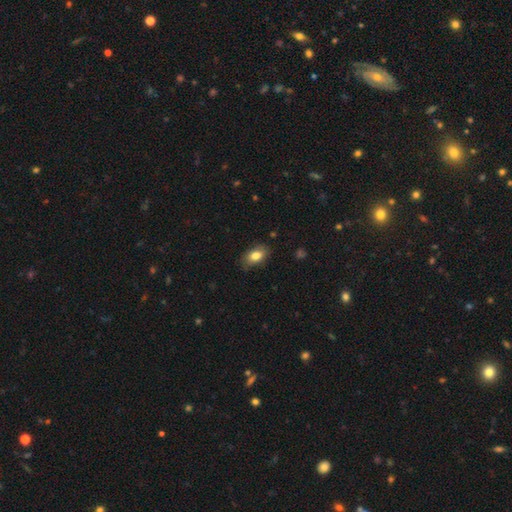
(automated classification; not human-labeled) Smooth or featured? Predicted: smooth (p=0.81). How rounded? Predicted: in between (p=0.89). Merging? Predicted: none (p=0.79).